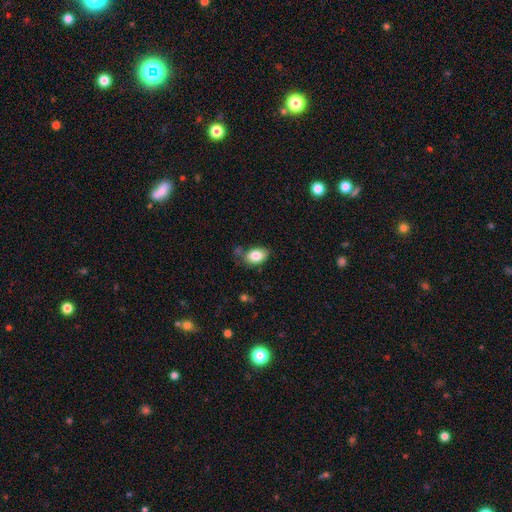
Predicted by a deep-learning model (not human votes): Smooth or featured? smooth (83%)
How rounded? in between (87%)
Merging? none (66%)